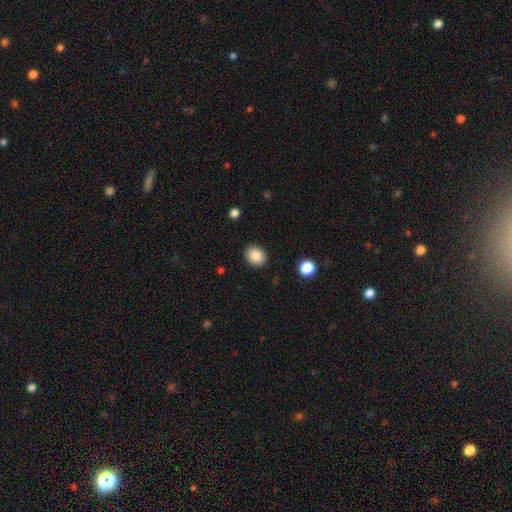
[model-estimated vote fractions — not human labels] This appears to be a smooth galaxy with no disk features (87%) that is round (54%). Merging: none (89%).